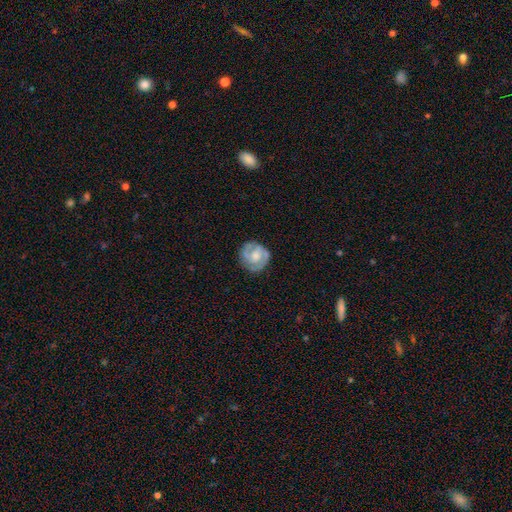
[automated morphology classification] featured or disk 64%, smooth 30%, star or artifact 6%. Down the decision tree: edge-on disk — no (98%); bar — no (64%); spiral arms — yes (82%); spiral arm count — 2 (47%); spiral winding — tight (51%); bulge size — moderate (50%); merging — none (76%).